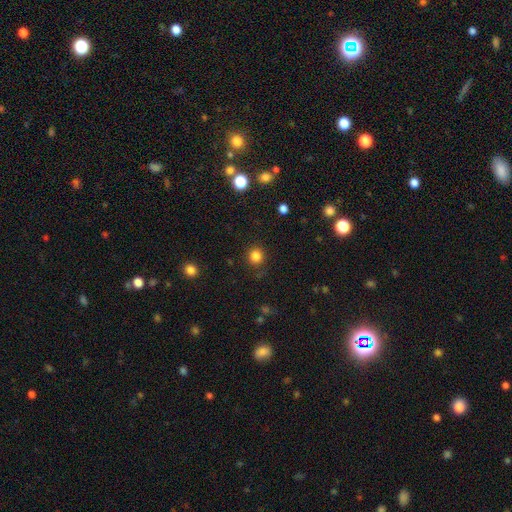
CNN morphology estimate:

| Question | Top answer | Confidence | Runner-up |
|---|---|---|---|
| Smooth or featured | smooth | 83% | star or artifact (13%) |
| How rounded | round | 91% | in between (8%) |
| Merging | none | 87% | minor disturbance (9%) |